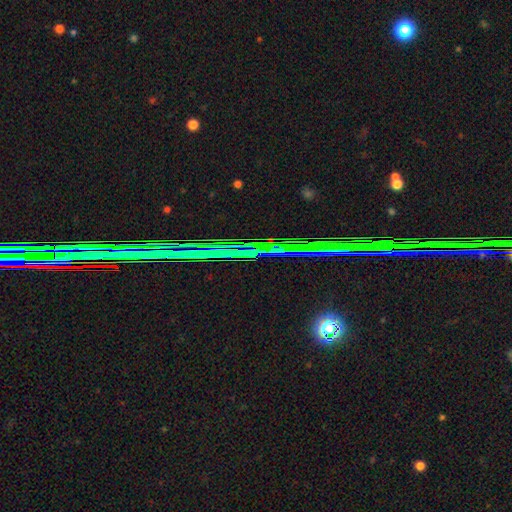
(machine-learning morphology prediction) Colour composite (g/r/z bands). It shows a star or artifact, not a galaxy (83%).